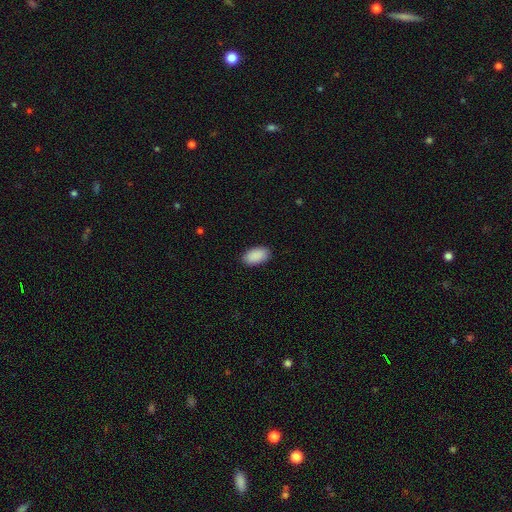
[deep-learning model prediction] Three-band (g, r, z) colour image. It shows a smooth galaxy with no disk features (91%) that is in between round and cigar-shaped (95%). Merging: none (89%).